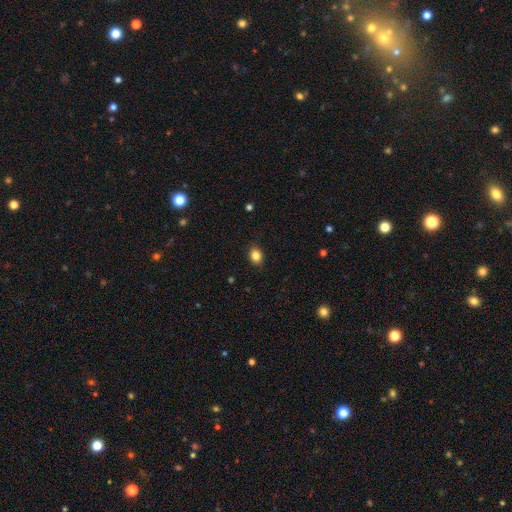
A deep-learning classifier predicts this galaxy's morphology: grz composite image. It shows a smooth galaxy with no disk features (85%) that is in between round and cigar-shaped (58%). Merging: none (88%).